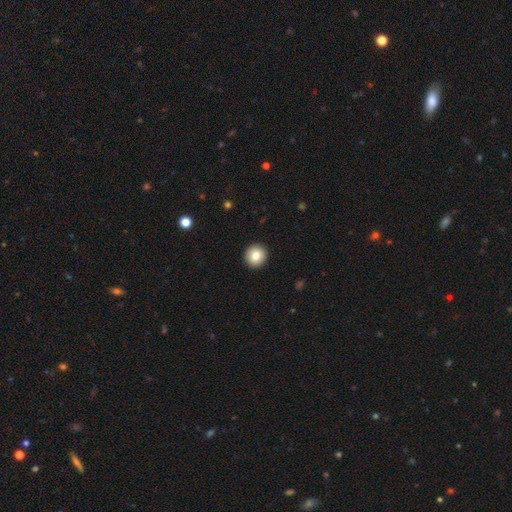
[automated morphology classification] Smooth or featured: smooth — 84% (star or artifact — 8%)
How rounded: round — 93% (in between — 6%)
Merging: none — 93% (minor disturbance — 5%)